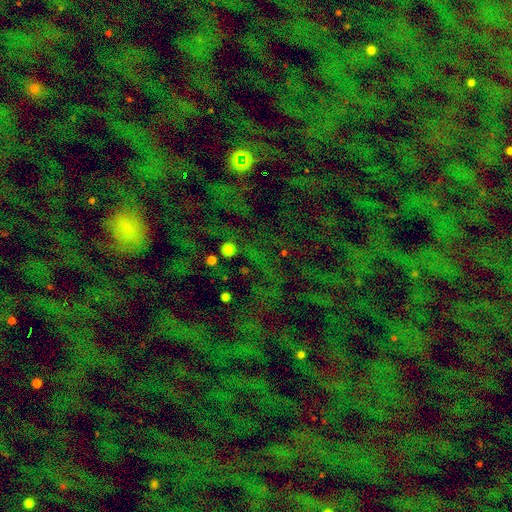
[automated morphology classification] Smooth or featured? star or artifact (68%)